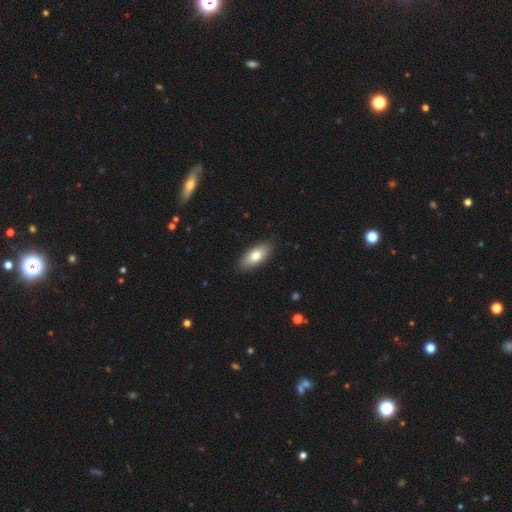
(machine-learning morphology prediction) This is likely a smooth galaxy (76%). How rounded: clearly in between (86%). Merging: clearly none (88%).